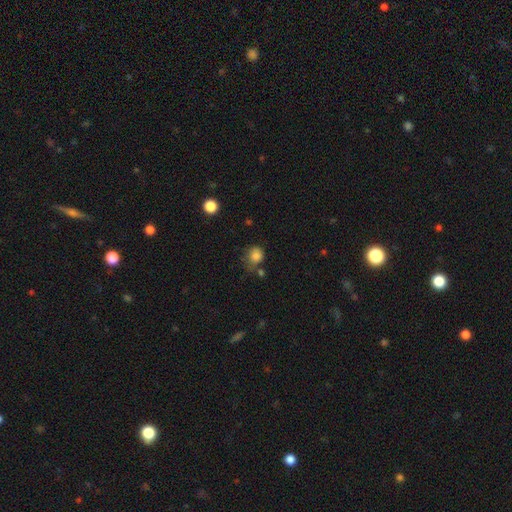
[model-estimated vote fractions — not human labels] Smooth or featured? Predicted: smooth (p=0.83). How rounded? Predicted: round (p=0.77). Merging? Predicted: none (p=0.54).